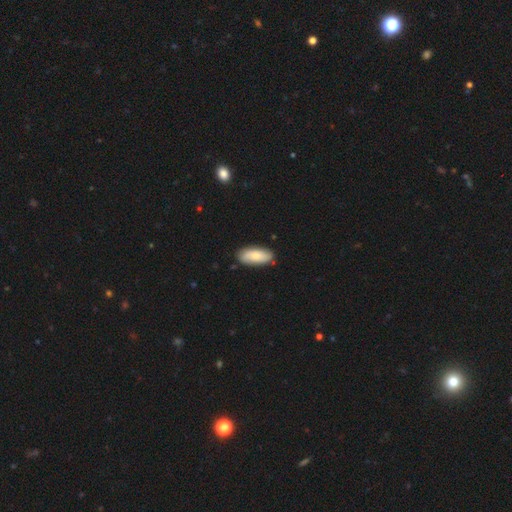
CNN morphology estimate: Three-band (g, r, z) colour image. It shows a smooth galaxy with no disk features (73%) that is in between round and cigar-shaped (86%). Merging: none (83%).